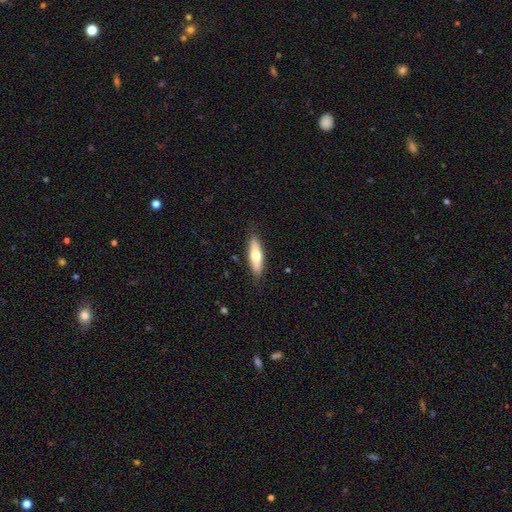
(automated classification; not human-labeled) The model was most divided on "smooth or featured": smooth: 56%, featured or disk: 38%, star or artifact: 6%. More confident: merging — none (86%); how rounded — cigar-shaped (58%).